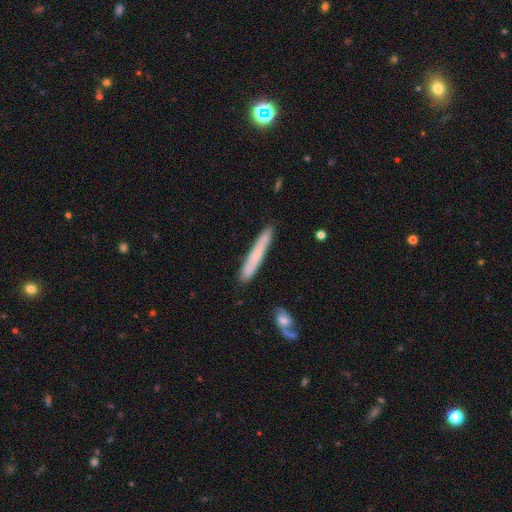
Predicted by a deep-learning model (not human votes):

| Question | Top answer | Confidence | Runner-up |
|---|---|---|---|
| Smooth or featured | smooth | 63% | featured or disk (31%) |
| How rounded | cigar-shaped | 96% | in between (3%) |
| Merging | none | 85% | minor disturbance (10%) |